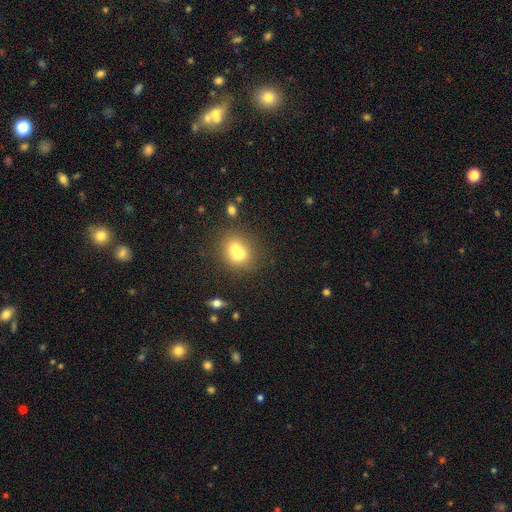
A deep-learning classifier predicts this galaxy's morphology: Smooth or featured? Predicted: smooth (p=0.69). How rounded? Predicted: round (p=0.53). Merging? Predicted: none (p=0.57).